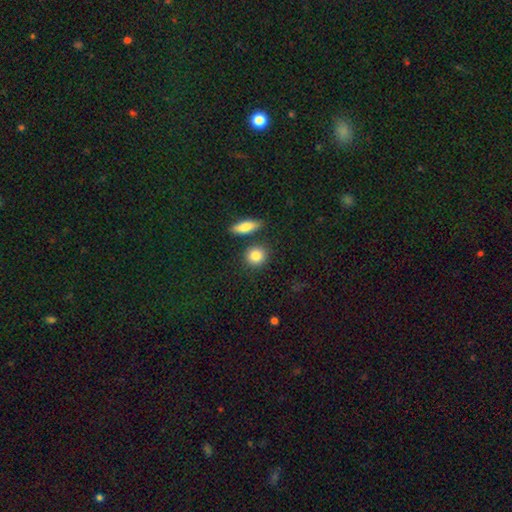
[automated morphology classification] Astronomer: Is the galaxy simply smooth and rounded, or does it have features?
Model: smooth — 86%.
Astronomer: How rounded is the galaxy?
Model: round — 80%.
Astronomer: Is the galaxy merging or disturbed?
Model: none — 81%.